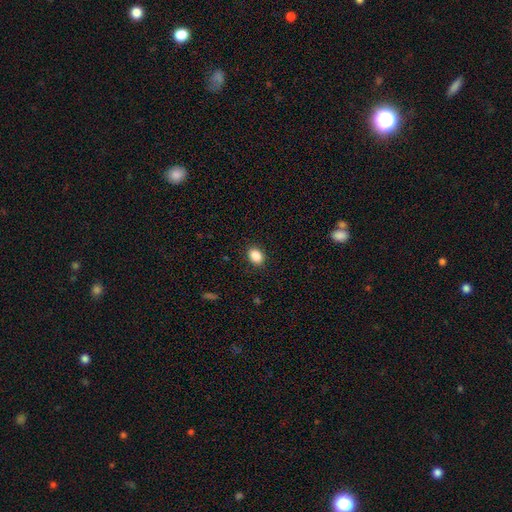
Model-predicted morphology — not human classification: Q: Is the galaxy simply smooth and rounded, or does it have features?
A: smooth — 87%.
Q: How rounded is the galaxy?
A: in between — 73%.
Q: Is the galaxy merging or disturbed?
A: none — 89%.